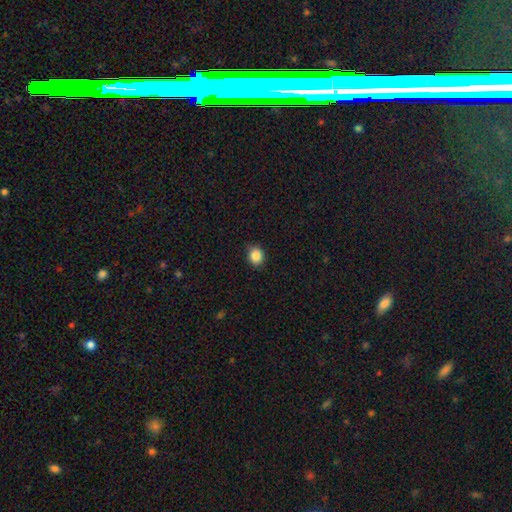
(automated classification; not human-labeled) The model was most divided on "how rounded": round: 69%, in between: 30%, cigar-shaped: 1%. More confident: merging — none (88%); smooth or featured — smooth (87%).